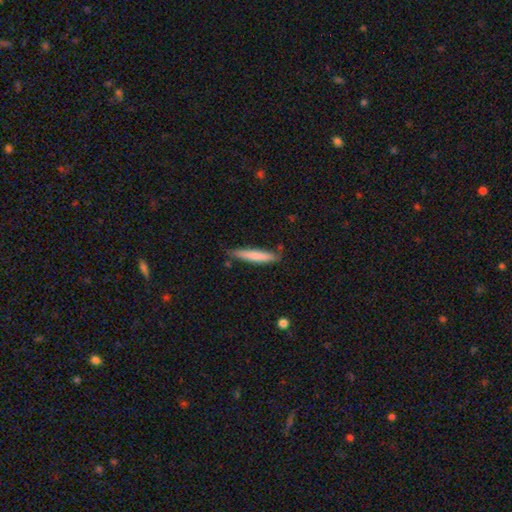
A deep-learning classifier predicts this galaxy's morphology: smooth_or_featured: smooth (p=0.75) [alt: featured or disk p=0.19]
how_rounded: cigar-shaped (p=0.92) [alt: in between p=0.07]
merging: none (p=0.76) [alt: minor disturbance p=0.18]